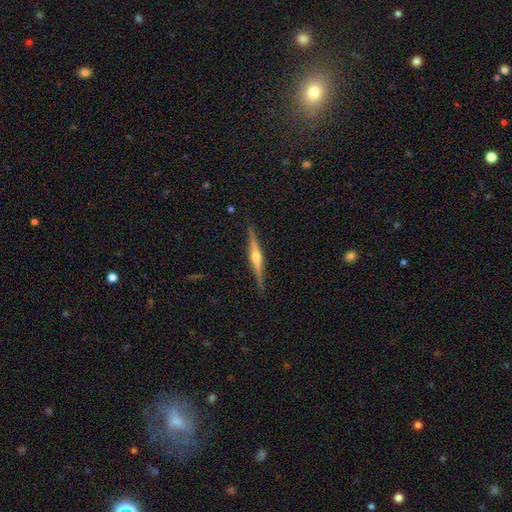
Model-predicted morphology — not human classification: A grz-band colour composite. It shows a featured or disk galaxy (82%) viewed edge-on (98%) with a rounded central bulge (90%). Merging: none (90%).